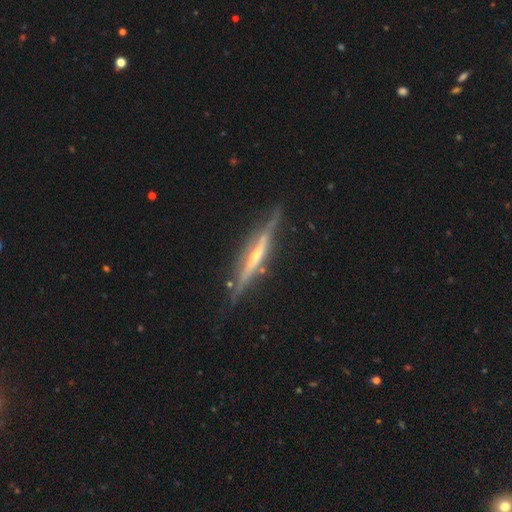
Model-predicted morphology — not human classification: A featured or disk galaxy (82%) viewed edge-on (97%) with a rounded central bulge (60%). Merging: none (81%).